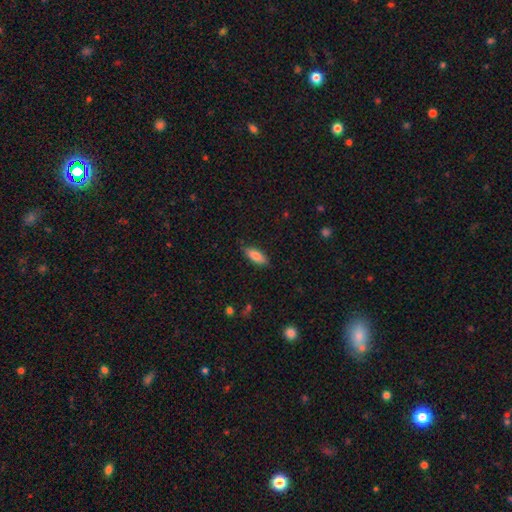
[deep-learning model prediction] Q: Smooth or featured?
A: smooth (81%); runner-up: featured or disk (13%)
Q: How rounded?
A: in between (68%); runner-up: cigar-shaped (30%)
Q: Merging?
A: none (80%); runner-up: minor disturbance (16%)